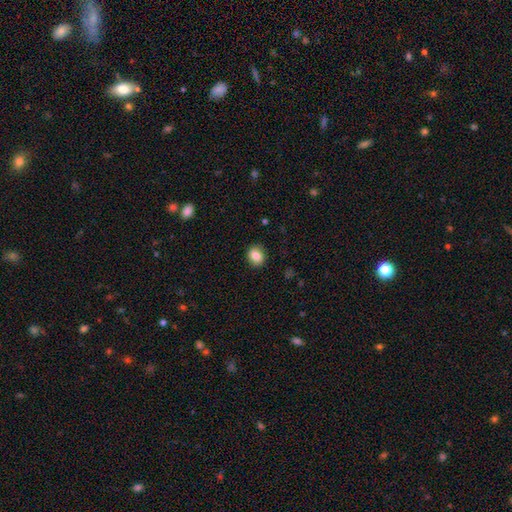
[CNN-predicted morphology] type=smooth (84%); roundness=round (60%); merging=none (88%).